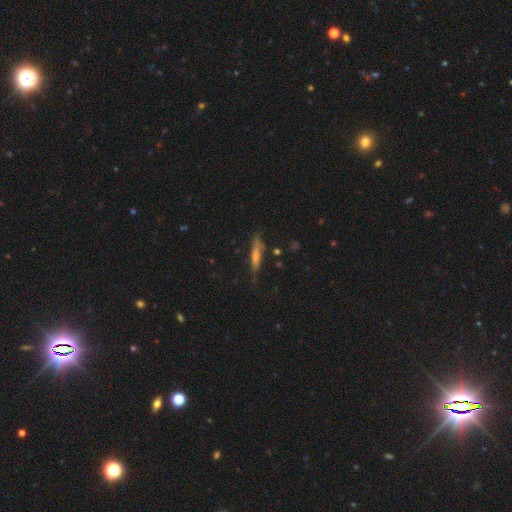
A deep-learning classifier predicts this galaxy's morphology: smooth_or_featured: featured or disk (p=0.50) [alt: smooth p=0.32]
merging: none (p=0.77) [alt: minor disturbance p=0.15]